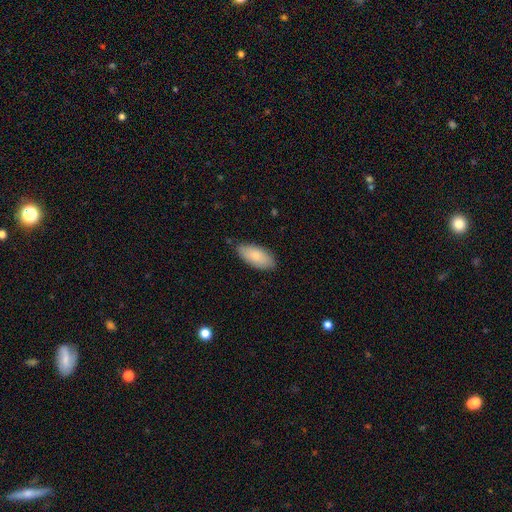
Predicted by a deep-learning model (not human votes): Smooth or featured: smooth — 81% (featured or disk — 13%)
How rounded: in between — 92% (cigar-shaped — 6%)
Merging: none — 81% (minor disturbance — 16%)